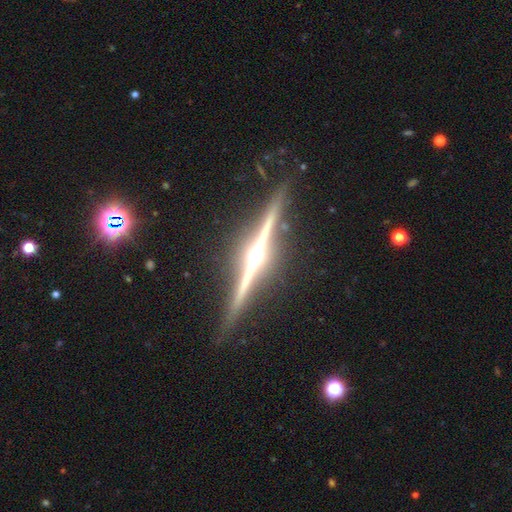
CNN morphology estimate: Q: Smooth or featured?
A: featured or disk (90%); runner-up: smooth (5%)
Q: Edge-on disk?
A: yes (99%); runner-up: no (1%)
Q: Edge-on bulge?
A: rounded (91%); runner-up: none (5%)
Q: Merging?
A: none (91%); runner-up: minor disturbance (6%)